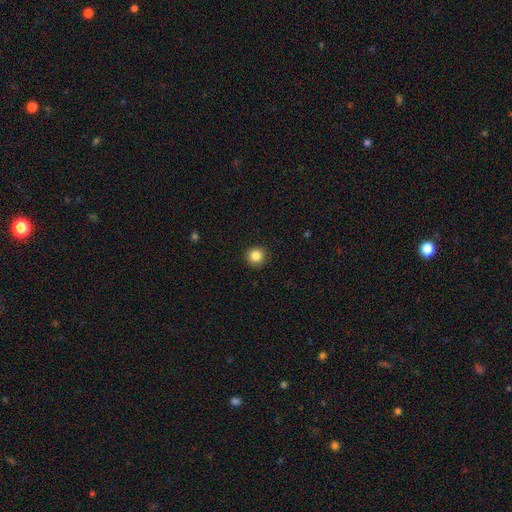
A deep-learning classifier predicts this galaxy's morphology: A smooth galaxy with no disk features (85%) that is round (94%).

Vote fractions:
- Smooth or featured? smooth: 85% / star or artifact: 10% / featured or disk: 5%
- How rounded? round: 94% / in between: 5% / cigar-shaped: 1%
- Merging? none: 92% / minor disturbance: 5% / major disturbance: 2% / merger: 1%